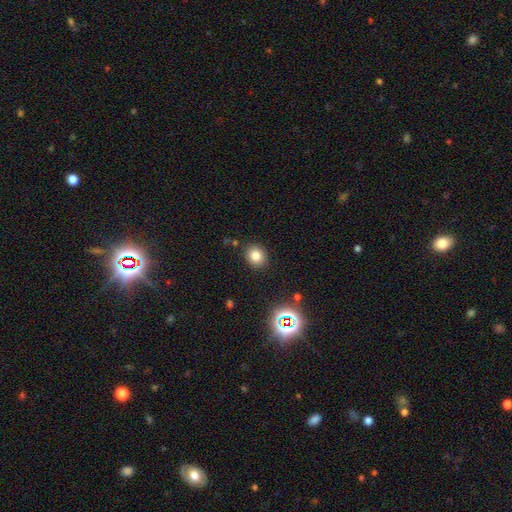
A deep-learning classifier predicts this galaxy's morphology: type=smooth (79%); roundness=round (72%); merging=none (88%).